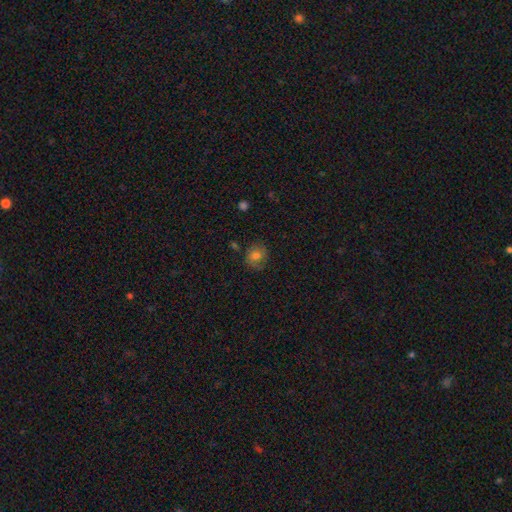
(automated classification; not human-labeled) A smooth galaxy with no disk features (70%) that is round (76%). Merging: none (69%).